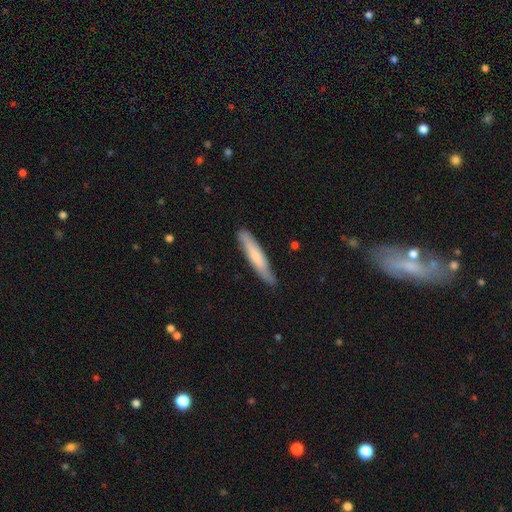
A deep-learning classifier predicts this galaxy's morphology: A smooth galaxy with no disk features (67%) that is cigar-shaped (90%). Merging: none (84%).